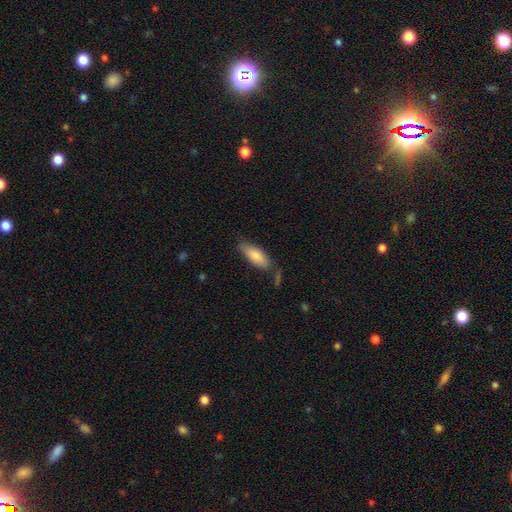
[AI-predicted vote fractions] A smooth galaxy with no disk features (81%) that is in between round and cigar-shaped (72%).

Vote fractions:
- Smooth or featured? smooth: 81% / featured or disk: 13% / star or artifact: 6%
- How rounded? in between: 72% / cigar-shaped: 26% / round: 2%
- Merging? none: 68% / minor disturbance: 21% / merger: 6% / major disturbance: 5%